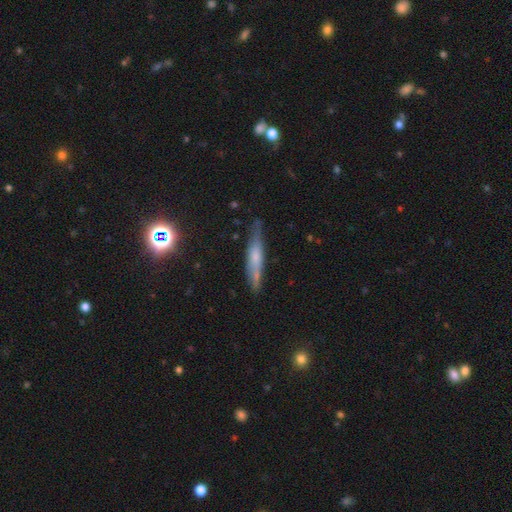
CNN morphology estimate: type=featured or disk (52%); edge-on=yes (85%); merging=none (82%).